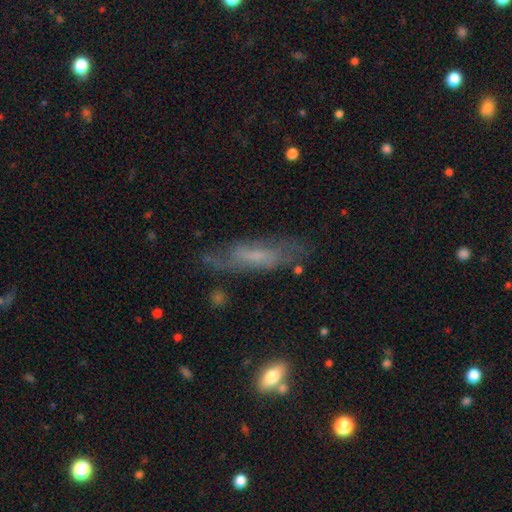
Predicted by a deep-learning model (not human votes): This is possibly a featured or disk galaxy (56%). It is likely not viewed edge-on (67%). Merging: likely none (65%).